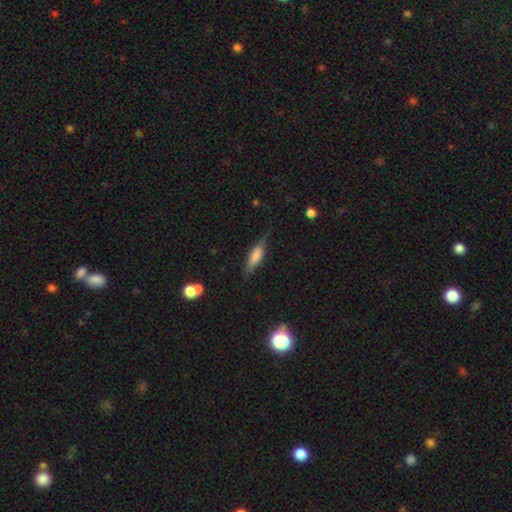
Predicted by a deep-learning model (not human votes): smooth 55%, featured or disk 37%, star or artifact 8%. Down the decision tree: how rounded — cigar-shaped (56%); merging — none (69%).